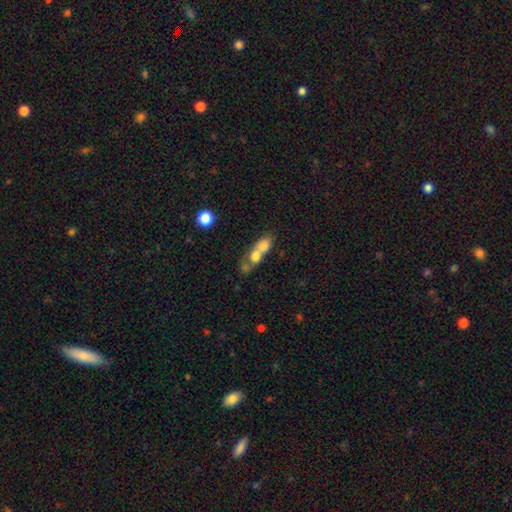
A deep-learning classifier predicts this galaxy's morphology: Smooth or featured?
  - smooth: 68% *
  - featured or disk: 21%
  - star or artifact: 11%
How rounded?
  - in between: 52% *
  - round: 41%
  - cigar-shaped: 7%
Merging?
  - merger: 70% *
  - none: 17%
  - major disturbance: 7%
  - minor disturbance: 6%